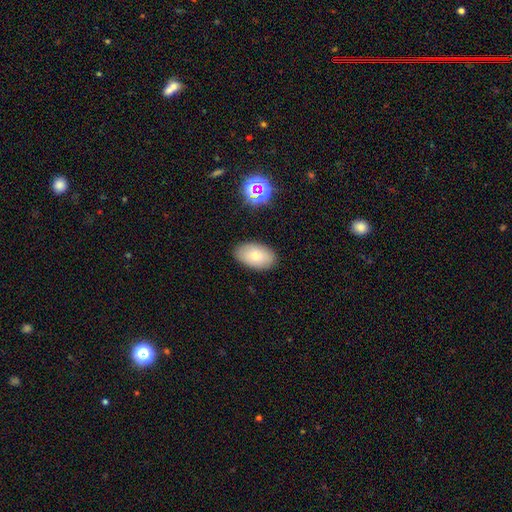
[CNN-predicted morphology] smooth-or-featured: smooth: 80% | featured or disk: 12% | star or artifact: 8%
  how-rounded: in between: 94% | round: 4% | cigar-shaped: 1%
  merging: none: 87% | minor disturbance: 10% | major disturbance: 2% | merger: 1%